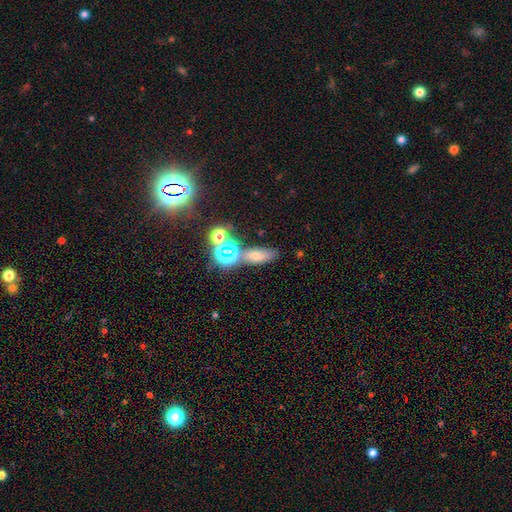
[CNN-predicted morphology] smooth-or-featured: smooth: 46% | star or artifact: 38% | featured or disk: 17%
  merging: none: 68% | merger: 15% | minor disturbance: 12% | major disturbance: 5%